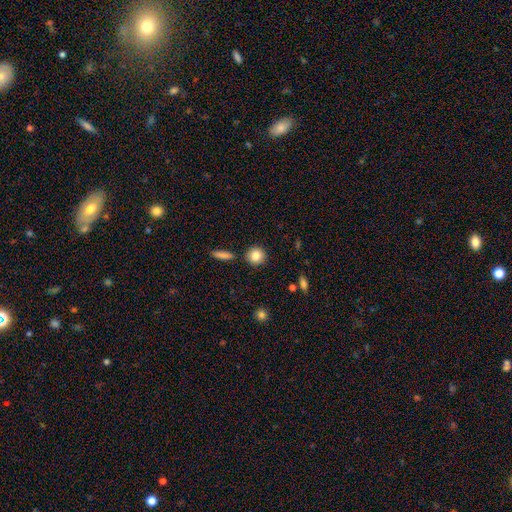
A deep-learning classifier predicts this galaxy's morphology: A smooth galaxy with no disk features (84%) that is round (89%). Merging: none (87%).